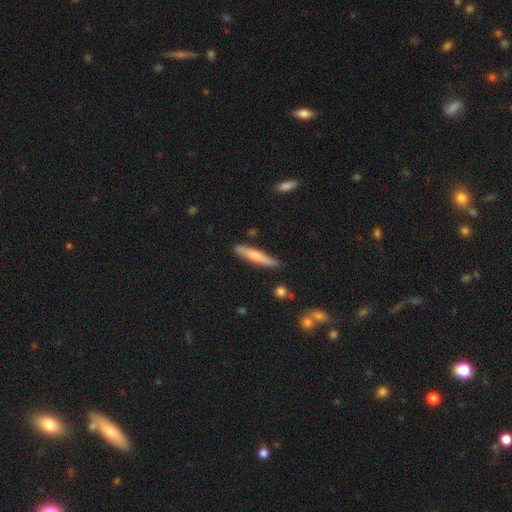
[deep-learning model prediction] Smooth or featured? smooth (67%)
How rounded? cigar-shaped (92%)
Merging? none (84%)